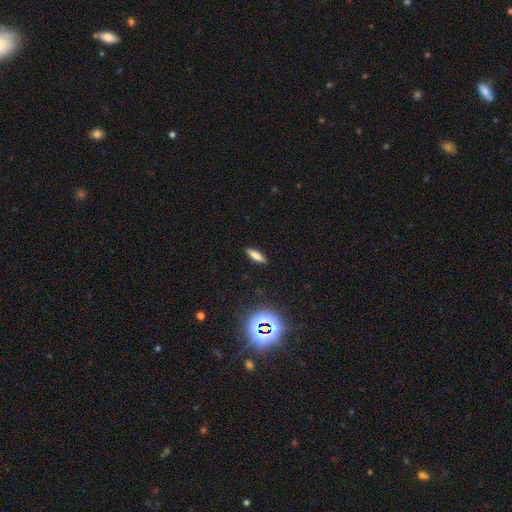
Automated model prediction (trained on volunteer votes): smooth_or_featured: smooth (p=0.73) [alt: star or artifact p=0.14]
how_rounded: cigar-shaped (p=0.49) [alt: in between p=0.48]
merging: none (p=0.89) [alt: minor disturbance p=0.08]